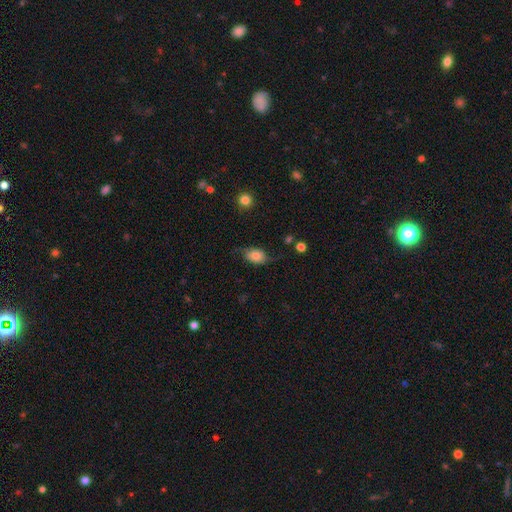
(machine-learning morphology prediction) Q: Smooth or featured?
A: smooth (71%); runner-up: featured or disk (21%)
Q: How rounded?
A: in between (84%); runner-up: round (14%)
Q: Merging?
A: none (60%); runner-up: minor disturbance (28%)